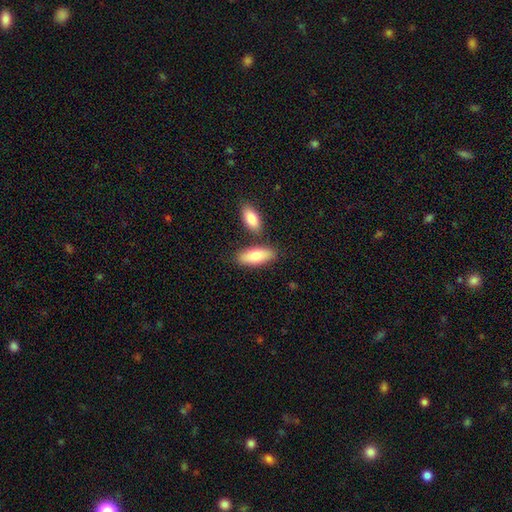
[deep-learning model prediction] This appears to be a smooth galaxy with no disk features (77%) that is in between round and cigar-shaped (80%). Merging: none (71%).